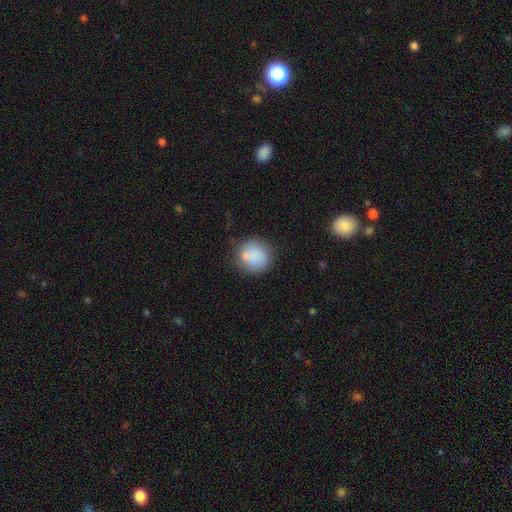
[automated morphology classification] This appears to be a smooth galaxy with no disk features (82%) that is round (87%). Merging: none (64%).